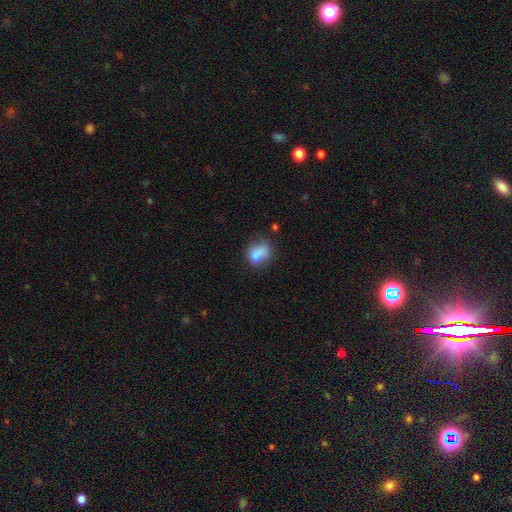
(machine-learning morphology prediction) Overall: smooth (75%). How rounded: in between (51%; round 47%). Merging: none (44%; minor disturbance 27%).